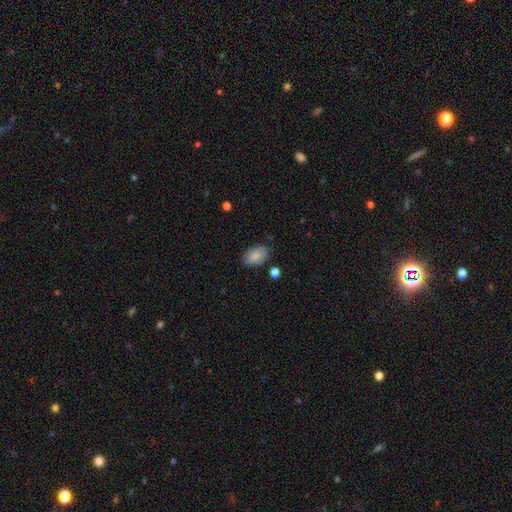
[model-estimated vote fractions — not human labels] Smooth or featured?
  - smooth: 85% *
  - featured or disk: 8%
  - star or artifact: 7%
How rounded?
  - in between: 91% *
  - round: 8%
  - cigar-shaped: 1%
Merging?
  - none: 79% *
  - minor disturbance: 15%
  - major disturbance: 3%
  - merger: 3%